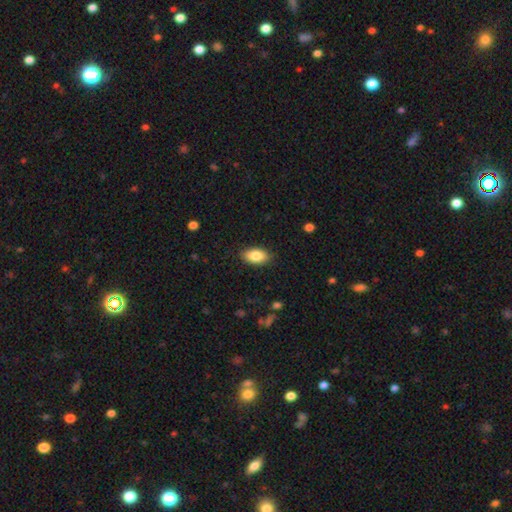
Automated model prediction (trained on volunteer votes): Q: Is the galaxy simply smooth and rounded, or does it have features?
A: smooth — 85%.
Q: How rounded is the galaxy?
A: in between — 93%.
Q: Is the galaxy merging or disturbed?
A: none — 88%.